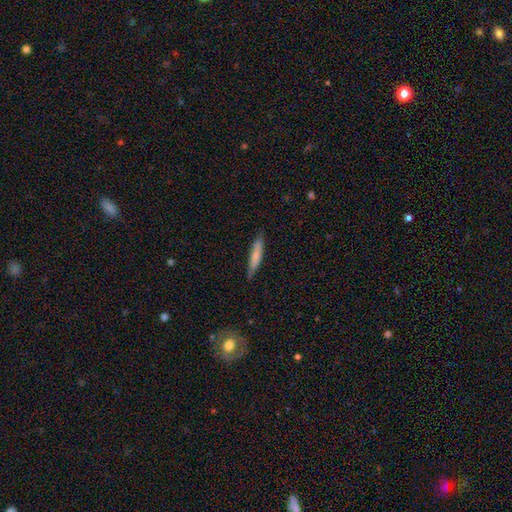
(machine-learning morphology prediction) The model was most divided on "smooth or featured": smooth: 70%, featured or disk: 25%, star or artifact: 6%. More confident: how rounded — cigar-shaped (89%); merging — none (81%).